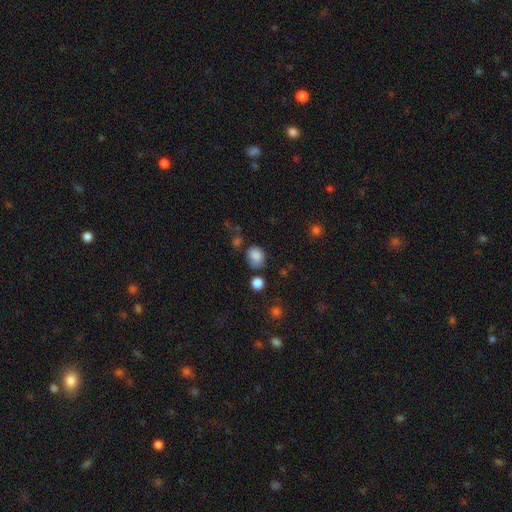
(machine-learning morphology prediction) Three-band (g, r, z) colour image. It shows a smooth galaxy with no disk features (84%) that is round (53%). Merging: none (64%).